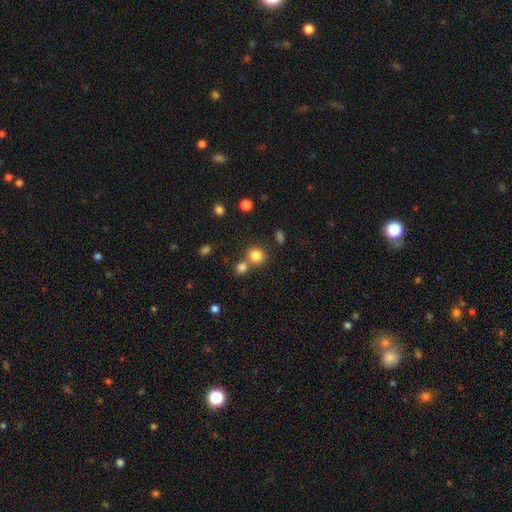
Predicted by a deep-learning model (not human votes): A smooth galaxy with no disk features (82%) that is round (85%). Merging: none (60%).